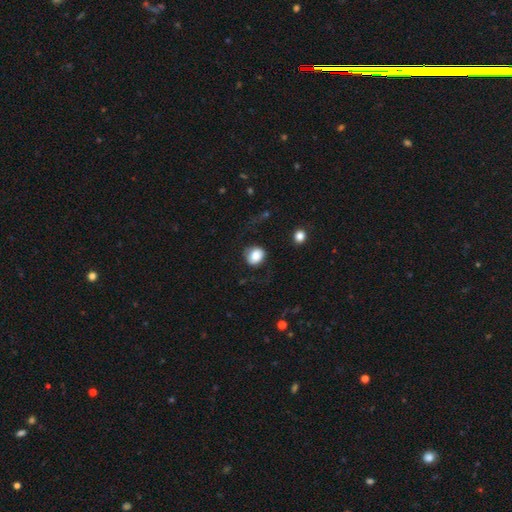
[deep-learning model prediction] Morphology: type=smooth (78%); roundness=round (66%); merging=none (62%).